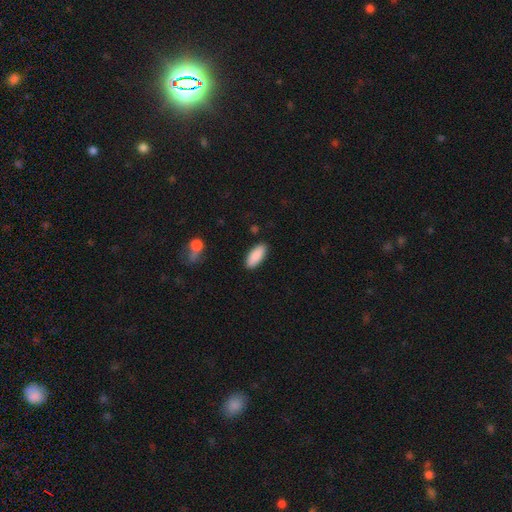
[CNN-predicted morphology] smooth_or_featured: smooth (p=0.89) [alt: star or artifact p=0.06]
how_rounded: in between (p=0.82) [alt: cigar-shaped p=0.16]
merging: none (p=0.88) [alt: minor disturbance p=0.09]